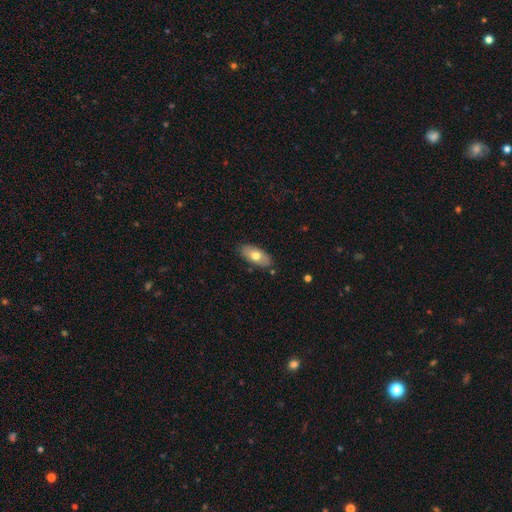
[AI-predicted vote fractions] This is likely a smooth galaxy (67%). How rounded: clearly in between (91%). Merging: clearly none (82%).